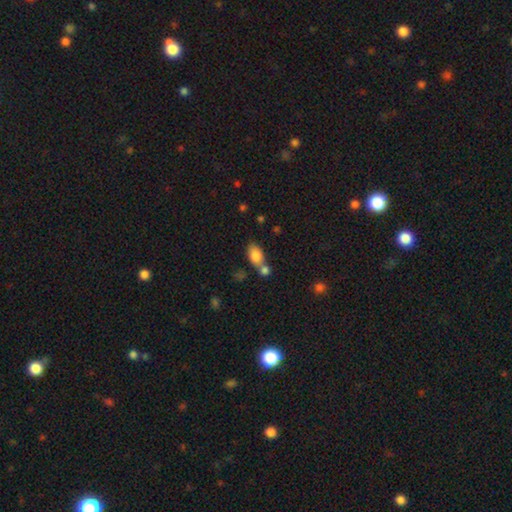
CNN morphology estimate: smooth 83%, featured or disk 9%, star or artifact 8%. Down the decision tree: how rounded — in between (87%); merging — merger (43%).